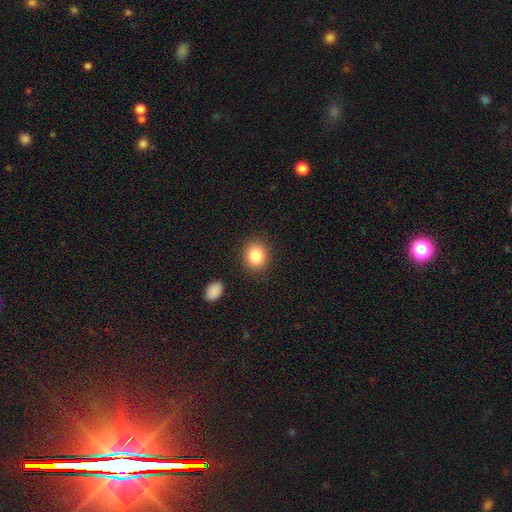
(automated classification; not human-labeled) Smooth or featured?
  - smooth: 84% *
  - star or artifact: 10%
  - featured or disk: 7%
How rounded?
  - round: 68% *
  - in between: 31%
  - cigar-shaped: 1%
Merging?
  - none: 86% *
  - minor disturbance: 9%
  - major disturbance: 3%
  - merger: 2%